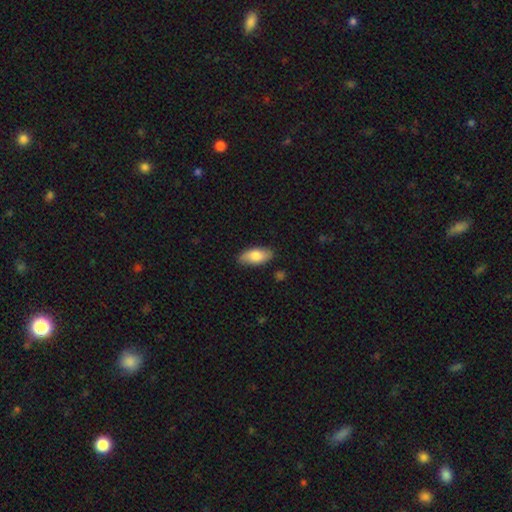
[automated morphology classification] smooth 78%, featured or disk 16%, star or artifact 6%. Down the decision tree: how rounded — in between (88%); merging — none (84%).